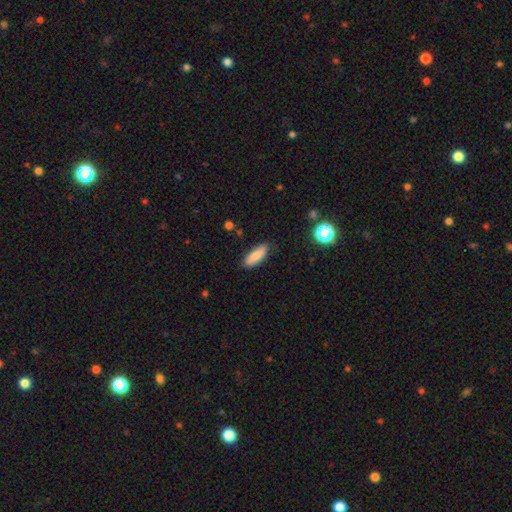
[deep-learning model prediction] Q: Smooth or featured?
A: smooth (82%); runner-up: featured or disk (11%)
Q: How rounded?
A: in between (59%); runner-up: cigar-shaped (39%)
Q: Merging?
A: none (85%); runner-up: minor disturbance (11%)